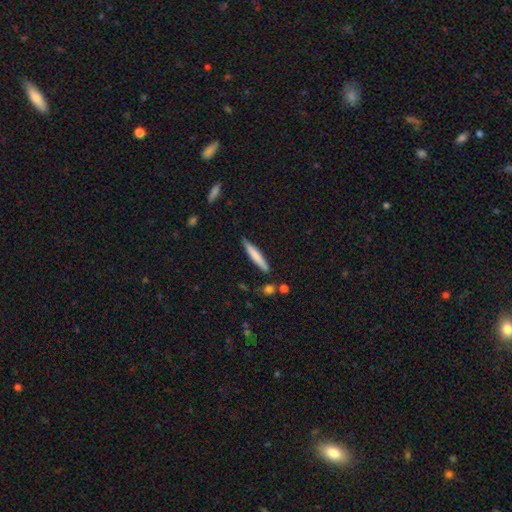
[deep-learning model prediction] smooth_or_featured: smooth (p=0.73) [alt: featured or disk p=0.21]
how_rounded: cigar-shaped (p=0.93) [alt: in between p=0.06]
merging: none (p=0.81) [alt: minor disturbance p=0.14]